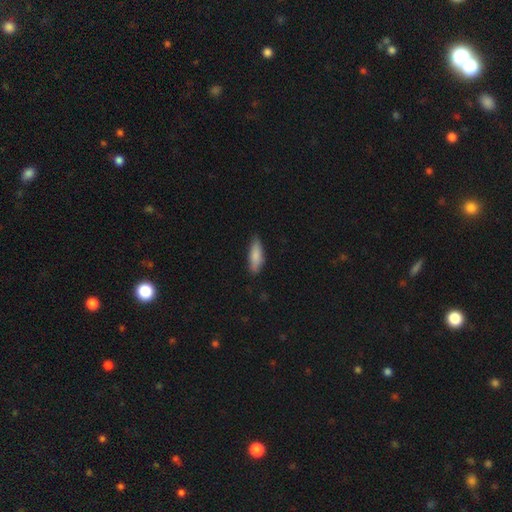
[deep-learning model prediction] This is clearly a smooth galaxy (85%). How rounded: possibly in between (57%). Merging: likely none (80%).